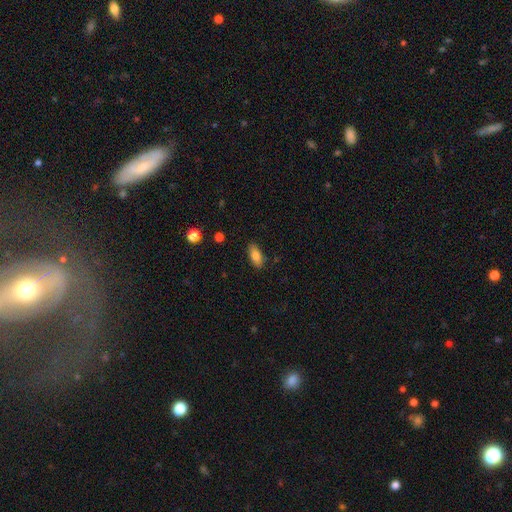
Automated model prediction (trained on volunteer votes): Smooth or featured? Predicted: smooth (p=0.81). How rounded? Predicted: in between (p=0.84). Merging? Predicted: none (p=0.87).